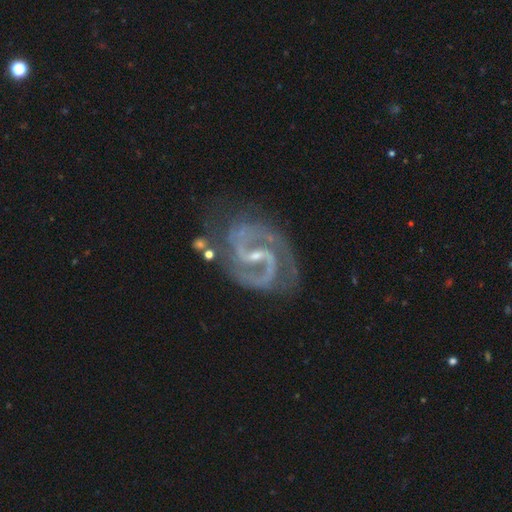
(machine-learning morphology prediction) This is clearly a featured or disk galaxy (93%). It is clearly not viewed edge-on (98%). Bar: possibly weak (47%). Spiral arm pattern: clearly yes (99%). Spiral arm count: clearly 2 (93%). Spiral winding: likely medium (63%). Central bulge: likely small (76%). Merging: likely none (67%).